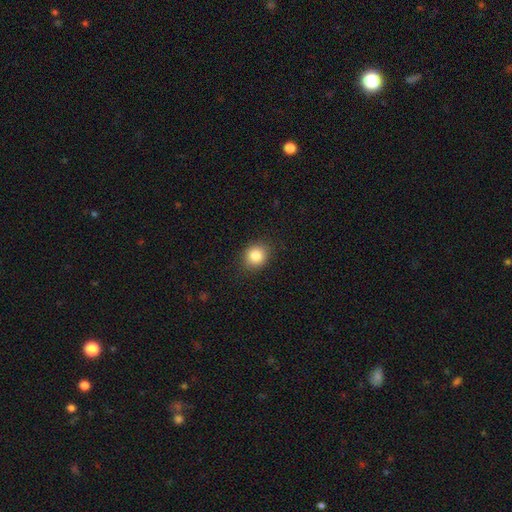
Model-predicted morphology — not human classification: Smooth or featured: smooth — 84% (star or artifact — 10%)
How rounded: round — 73% (in between — 26%)
Merging: none — 87% (minor disturbance — 9%)